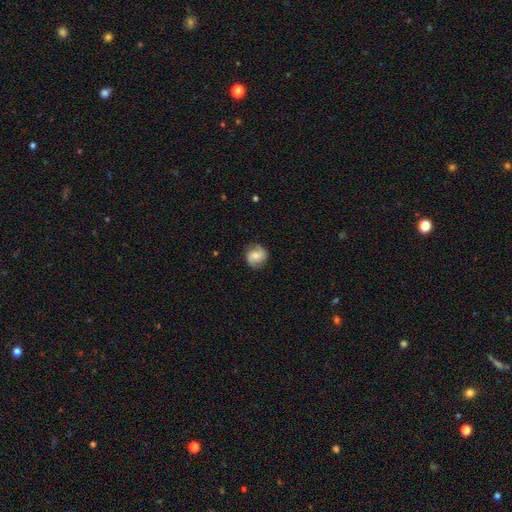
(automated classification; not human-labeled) A featured or disk galaxy (48%). Merging: none (78%).